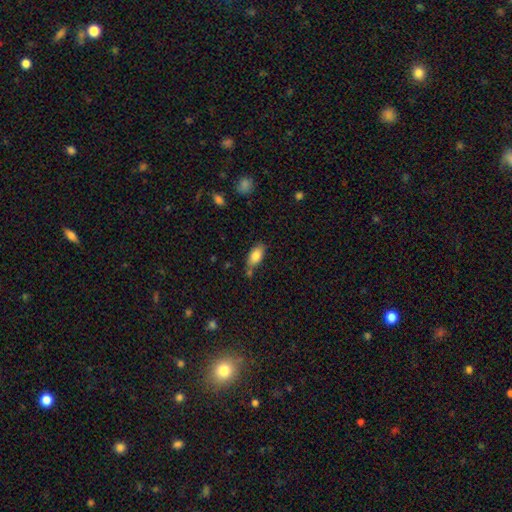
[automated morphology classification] smooth_or_featured: smooth (p=0.82) [alt: featured or disk p=0.10]
how_rounded: in between (p=0.88) [alt: cigar-shaped p=0.09]
merging: none (p=0.60) [alt: minor disturbance p=0.21]